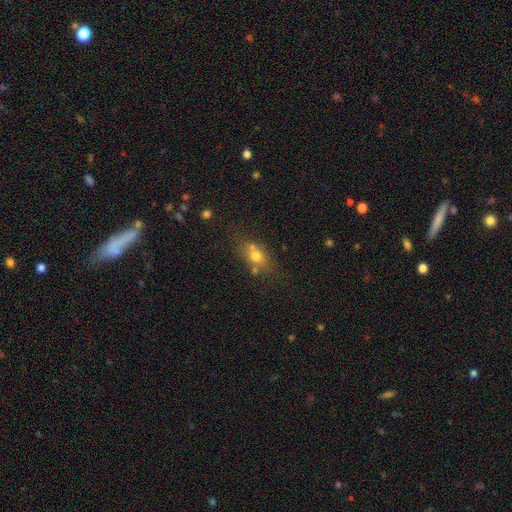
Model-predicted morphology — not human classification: A smooth galaxy with no disk features (66%) that is in between round and cigar-shaped (60%).

Vote fractions:
- Smooth or featured? smooth: 66% / featured or disk: 20% / star or artifact: 14%
- How rounded? in between: 60% / round: 32% / cigar-shaped: 8%
- Merging? none: 55% / merger: 24% / minor disturbance: 15% / major disturbance: 6%